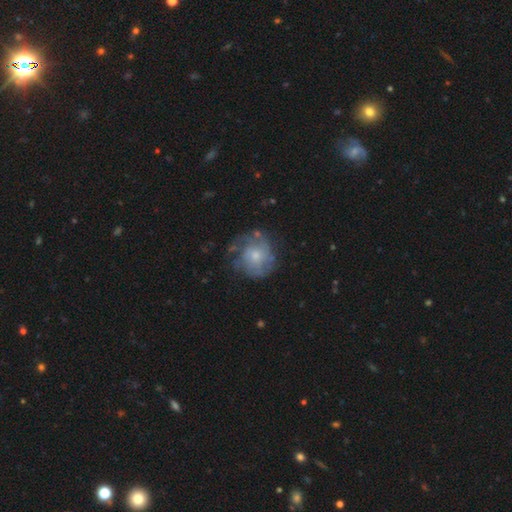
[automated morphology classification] This appears to be a featured or disk galaxy (61%) with no bar (81%), spiral arms (68%) and a moderate central bulge (46%). Merging: none (58%).